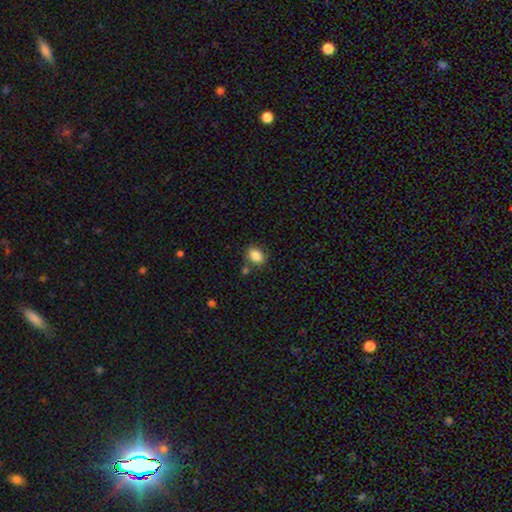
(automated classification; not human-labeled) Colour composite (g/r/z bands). It shows a smooth galaxy with no disk features (85%) that is in between round and cigar-shaped (56%). Merging: none (74%).